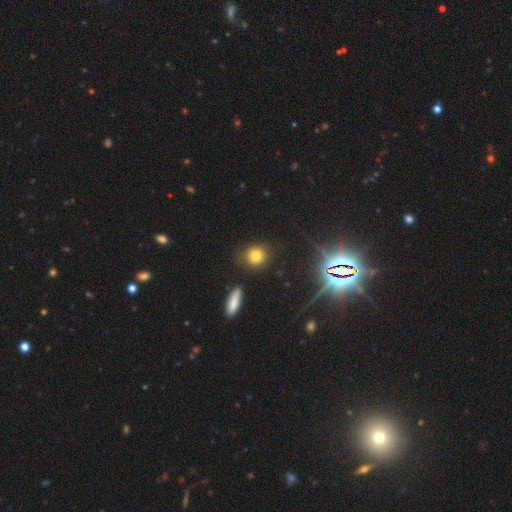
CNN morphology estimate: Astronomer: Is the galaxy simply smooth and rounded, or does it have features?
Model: smooth — 78%.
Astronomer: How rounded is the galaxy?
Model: round — 80%.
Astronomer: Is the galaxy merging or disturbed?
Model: none — 83%.